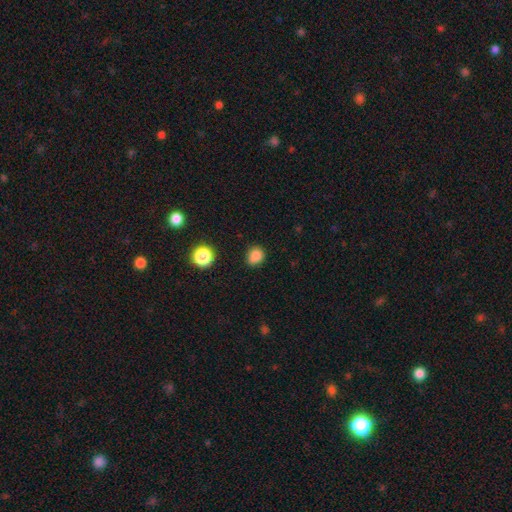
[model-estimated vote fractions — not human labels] Overall: smooth (82%). How rounded: round (74%). Merging: none (75%).